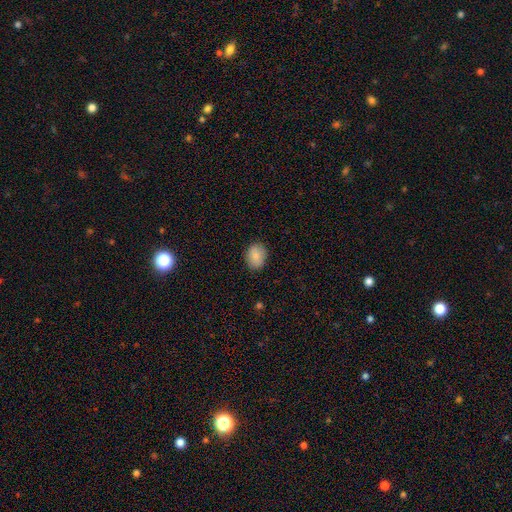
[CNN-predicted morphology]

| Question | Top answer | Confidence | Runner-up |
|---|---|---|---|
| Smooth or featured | smooth | 86% | star or artifact (8%) |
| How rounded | in between | 60% | round (39%) |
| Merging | none | 87% | minor disturbance (10%) |